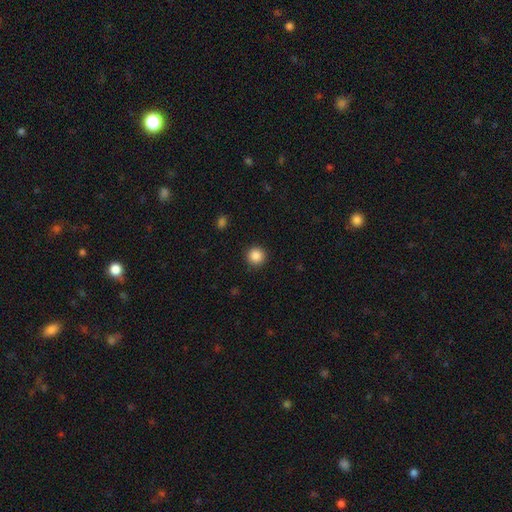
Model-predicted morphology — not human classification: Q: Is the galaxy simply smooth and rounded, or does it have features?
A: smooth — 87%.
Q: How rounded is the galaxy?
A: round — 96%.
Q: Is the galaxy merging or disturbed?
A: none — 91%.